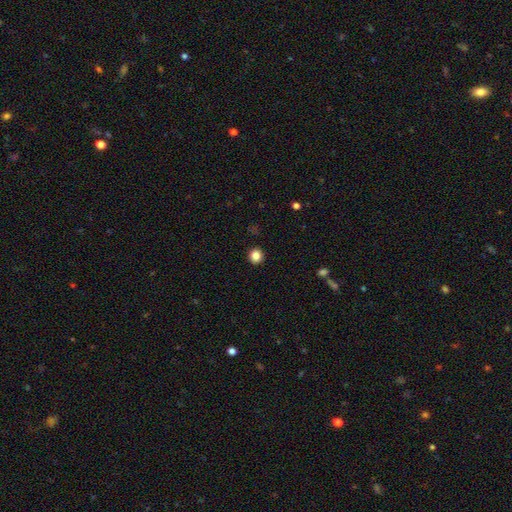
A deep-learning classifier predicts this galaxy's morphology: smooth_or_featured: smooth (p=0.85) [alt: star or artifact p=0.11]
how_rounded: round (p=0.92) [alt: in between p=0.07]
merging: none (p=0.93) [alt: minor disturbance p=0.05]